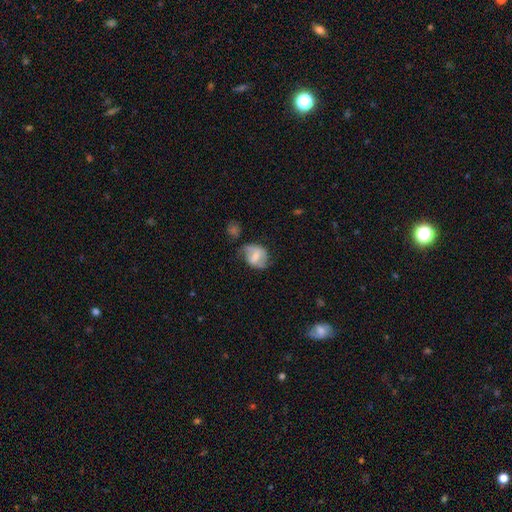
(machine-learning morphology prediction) A featured or disk galaxy (46%, tied with smooth). Merging: none (48%).